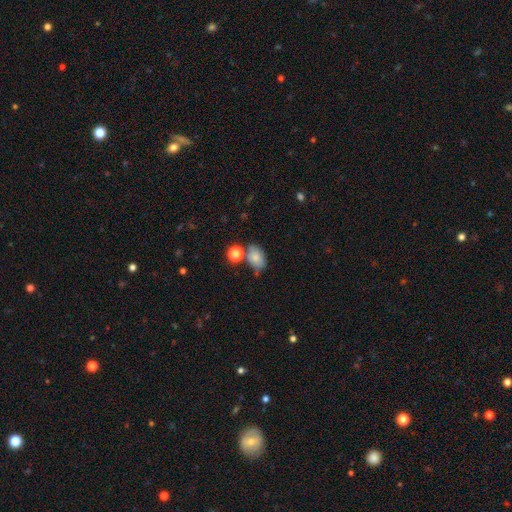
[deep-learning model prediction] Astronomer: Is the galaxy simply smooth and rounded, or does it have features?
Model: smooth — 80%.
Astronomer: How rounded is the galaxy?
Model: in between — 81%.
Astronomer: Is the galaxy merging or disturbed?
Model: none — 57%.